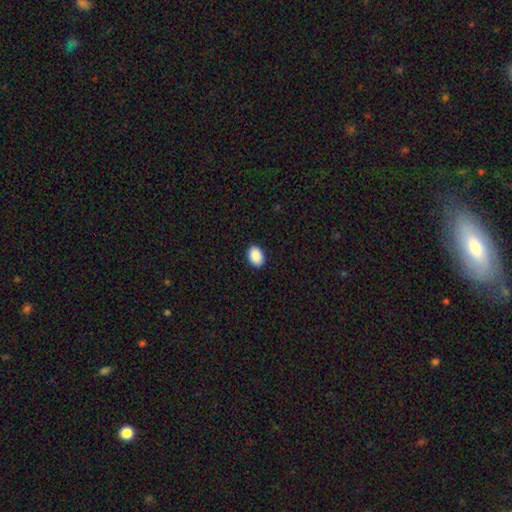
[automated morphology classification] Q: Smooth or featured?
A: smooth (91%); runner-up: star or artifact (7%)
Q: How rounded?
A: in between (84%); runner-up: round (15%)
Q: Merging?
A: none (90%); runner-up: minor disturbance (7%)